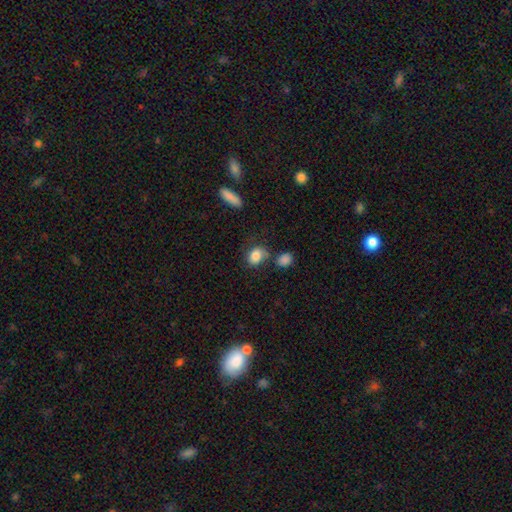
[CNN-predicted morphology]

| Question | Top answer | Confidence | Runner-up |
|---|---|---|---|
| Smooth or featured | smooth | 83% | featured or disk (9%) |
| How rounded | in between | 67% | round (31%) |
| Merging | none | 60% | minor disturbance (20%) |